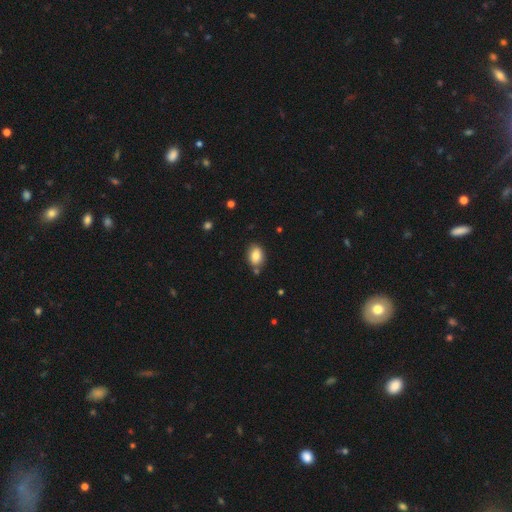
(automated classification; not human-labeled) A smooth galaxy with no disk features (83%) that is in between round and cigar-shaped (77%).

Vote fractions:
- Smooth or featured? smooth: 83% / star or artifact: 8% / featured or disk: 8%
- How rounded? in between: 77% / round: 22% / cigar-shaped: 1%
- Merging? none: 77% / minor disturbance: 14% / merger: 6% / major disturbance: 3%